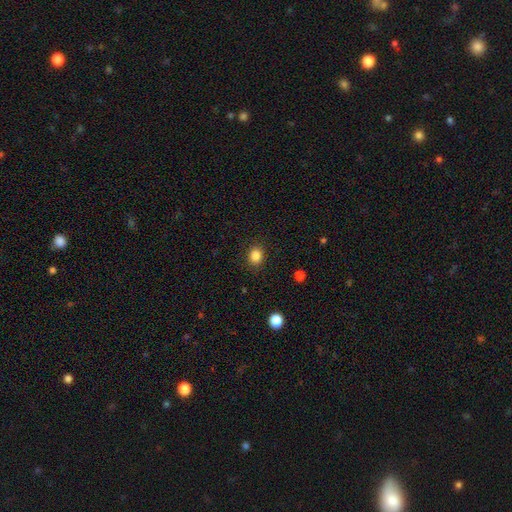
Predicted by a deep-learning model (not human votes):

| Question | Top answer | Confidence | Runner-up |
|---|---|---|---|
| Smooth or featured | smooth | 86% | star or artifact (11%) |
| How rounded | round | 63% | in between (36%) |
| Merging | none | 89% | minor disturbance (8%) |